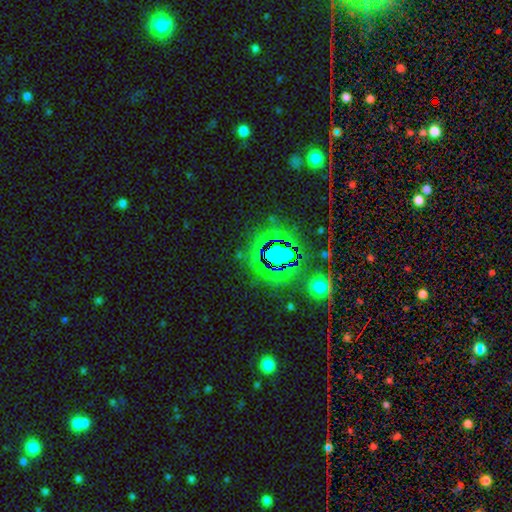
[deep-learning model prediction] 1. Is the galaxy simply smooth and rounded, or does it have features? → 75% star or artifact, 16% smooth, 9% featured or disk.